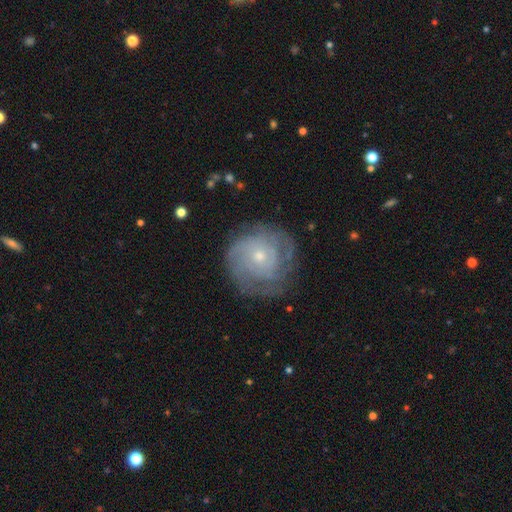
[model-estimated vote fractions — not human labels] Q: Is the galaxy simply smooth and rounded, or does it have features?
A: featured or disk — 71%.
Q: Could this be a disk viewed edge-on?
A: no — 97%.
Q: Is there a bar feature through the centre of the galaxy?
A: no — 77%.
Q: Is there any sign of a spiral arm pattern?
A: yes — 91%.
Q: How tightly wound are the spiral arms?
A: tight — 74%.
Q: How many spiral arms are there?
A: can't tell — 44%.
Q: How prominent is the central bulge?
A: small — 70%.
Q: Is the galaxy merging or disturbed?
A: none — 78%.